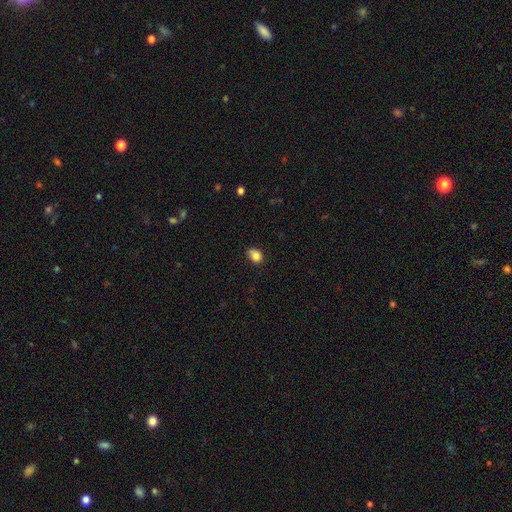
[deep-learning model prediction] The model was most divided on "how rounded": in between: 60%, round: 39%, cigar-shaped: 1%. More confident: smooth or featured — smooth (84%); merging — none (67%).